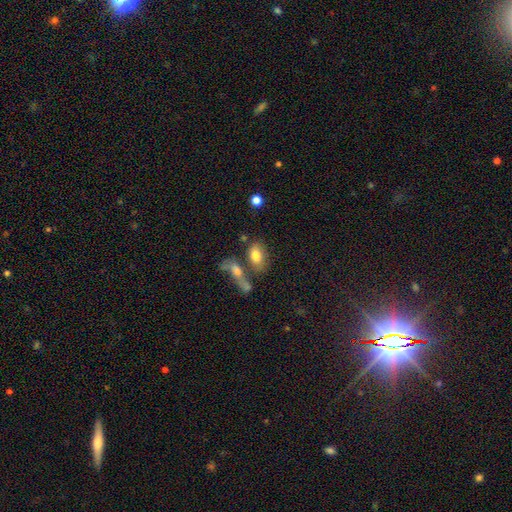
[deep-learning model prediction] Smooth or featured? smooth (79%)
How rounded? in between (88%)
Merging? none (52%)